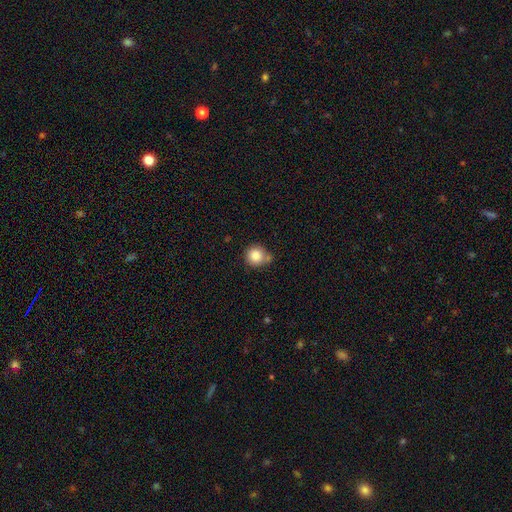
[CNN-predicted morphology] The model was most divided on "merging": none: 61%, minor disturbance: 19%, merger: 15%, major disturbance: 5%. More confident: how rounded — round (92%); smooth or featured — smooth (85%).